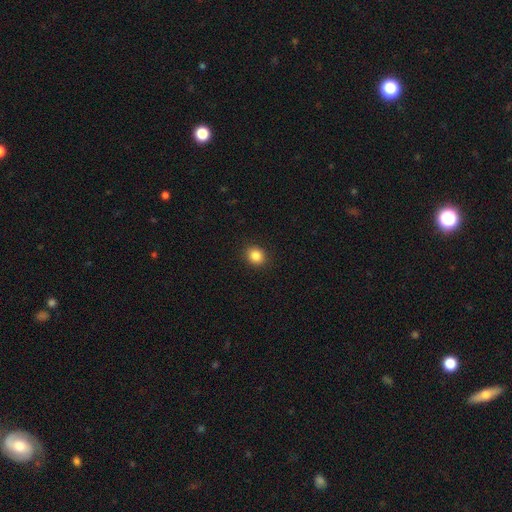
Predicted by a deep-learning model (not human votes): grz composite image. It shows a smooth galaxy with no disk features (86%) that is round (72%). Merging: none (91%).